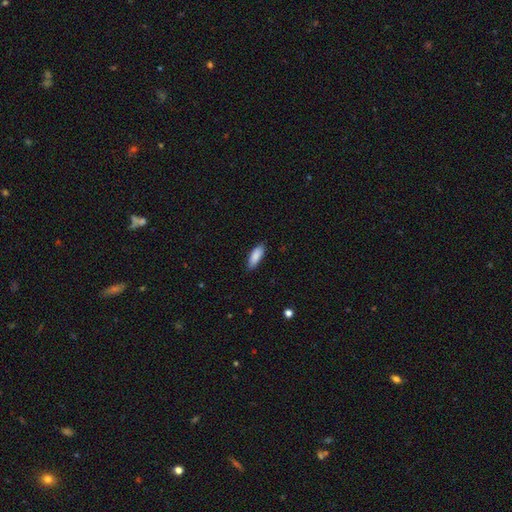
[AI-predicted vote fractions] This appears to be a smooth galaxy with no disk features (88%) that is in between round and cigar-shaped (69%). Merging: none (85%).